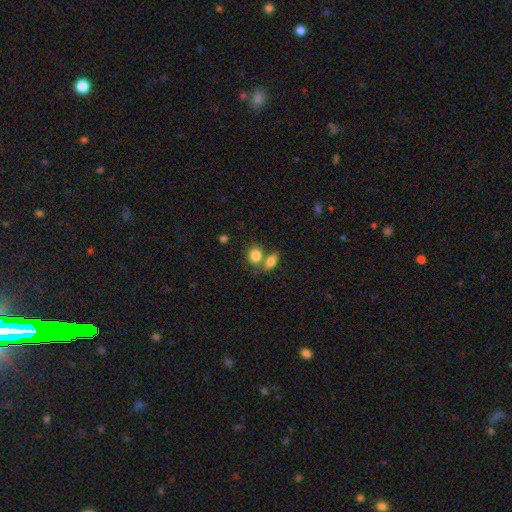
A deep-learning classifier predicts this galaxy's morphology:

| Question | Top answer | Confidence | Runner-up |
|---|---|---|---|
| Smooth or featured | smooth | 82% | featured or disk (9%) |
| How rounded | round | 60% | in between (37%) |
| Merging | none | 47% | merger (40%) |